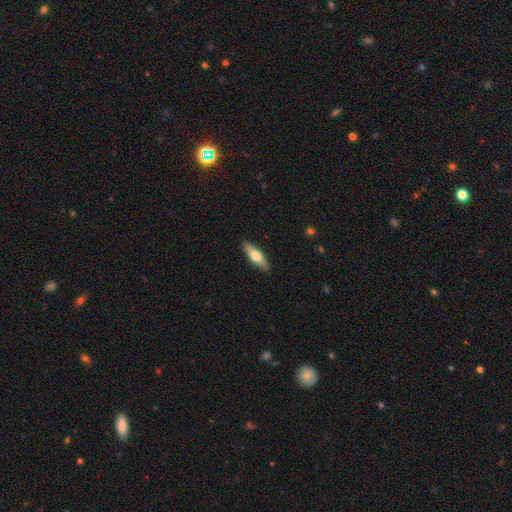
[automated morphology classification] This is possibly a smooth galaxy (60%). How rounded: possibly cigar-shaped (57%). Merging: clearly none (89%).